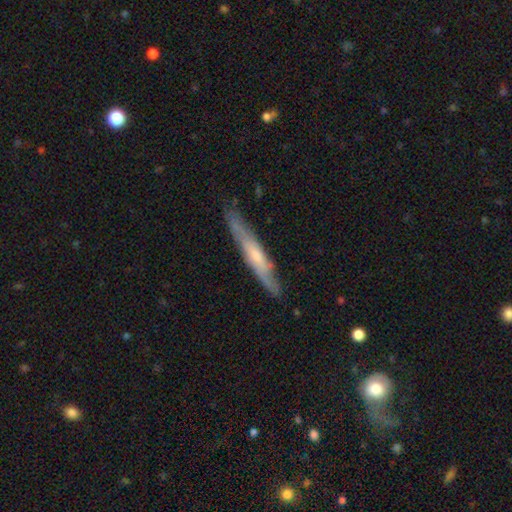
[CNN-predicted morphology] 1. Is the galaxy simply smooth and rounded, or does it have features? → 59% featured or disk, 35% smooth, 6% star or artifact.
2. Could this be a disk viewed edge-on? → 80% yes, 20% no.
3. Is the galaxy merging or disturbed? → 82% none, 14% minor disturbance, 3% major disturbance, 1% merger.